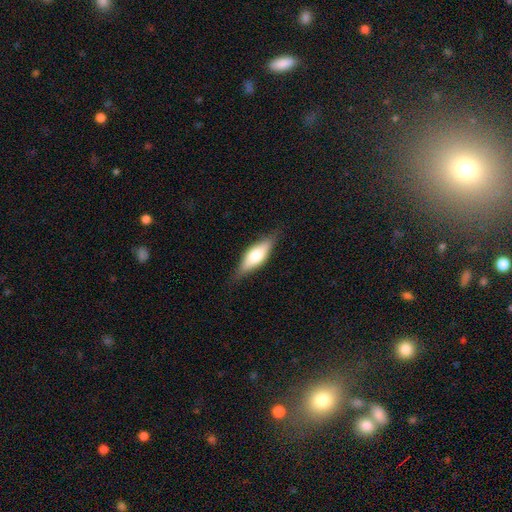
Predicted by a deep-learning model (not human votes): Smooth or featured? smooth (52%)
How rounded? in between (59%)
Merging? none (81%)